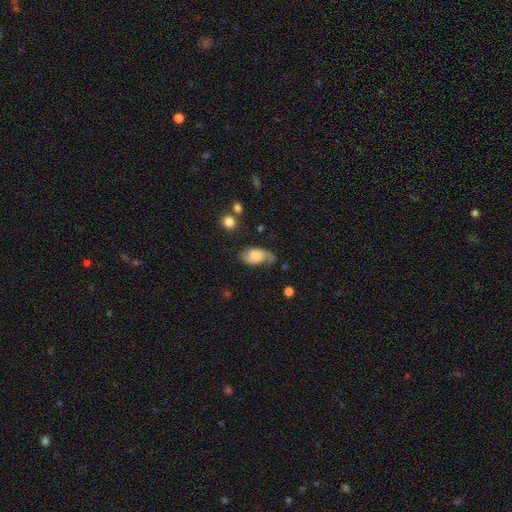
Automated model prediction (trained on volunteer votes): smooth 50%, featured or disk 42%, star or artifact 8%. Down the decision tree: how rounded — in between (90%); merging — none (45%).